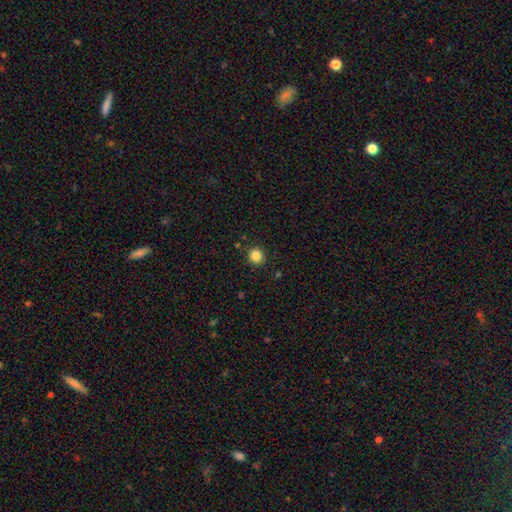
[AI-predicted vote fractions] smooth 84%, star or artifact 12%, featured or disk 4%. Down the decision tree: how rounded — round (94%); merging — none (91%).